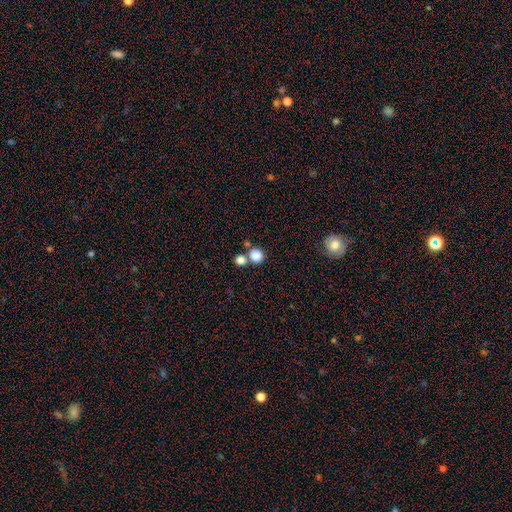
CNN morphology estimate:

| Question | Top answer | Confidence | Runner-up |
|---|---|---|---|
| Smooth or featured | smooth | 83% | star or artifact (11%) |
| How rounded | round | 86% | in between (13%) |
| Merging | none | 59% | merger (30%) |